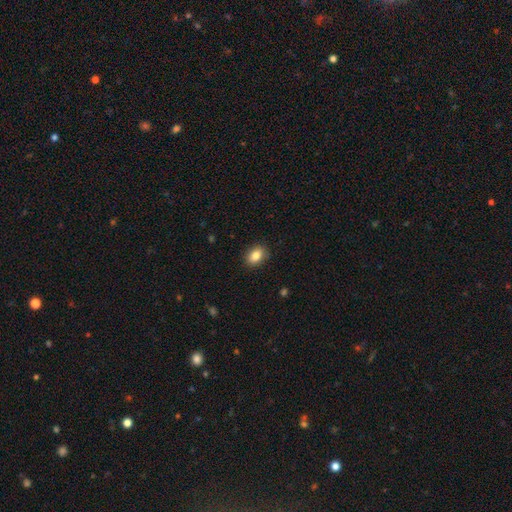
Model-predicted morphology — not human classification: This appears to be a smooth galaxy with no disk features (85%) that is in between round and cigar-shaped (76%). Merging: none (89%).